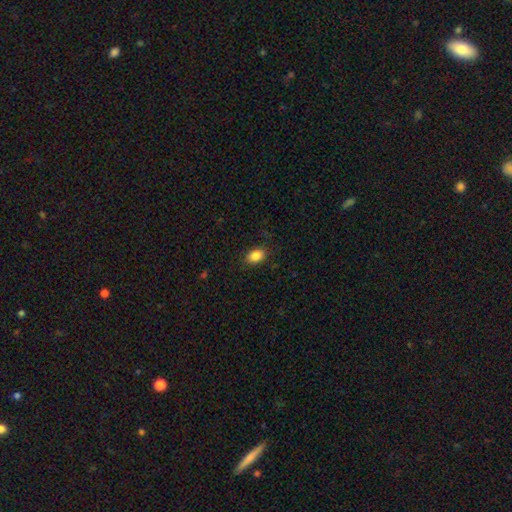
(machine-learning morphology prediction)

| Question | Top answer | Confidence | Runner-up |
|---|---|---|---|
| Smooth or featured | smooth | 86% | star or artifact (9%) |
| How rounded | in between | 83% | round (16%) |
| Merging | none | 84% | minor disturbance (12%) |